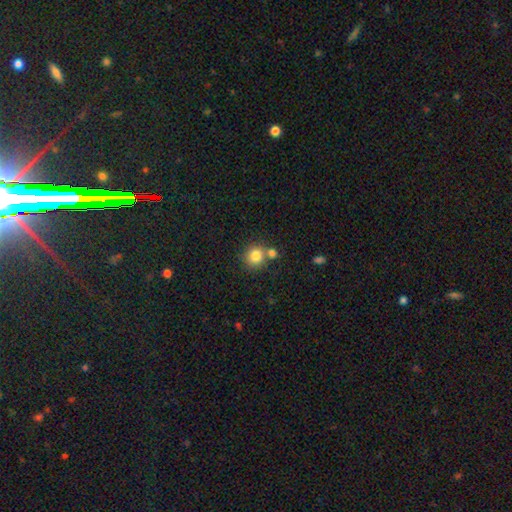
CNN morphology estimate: The model was most divided on "merging": none: 64%, merger: 25%, minor disturbance: 9%, major disturbance: 3%. More confident: how rounded — round (89%); smooth or featured — smooth (82%).